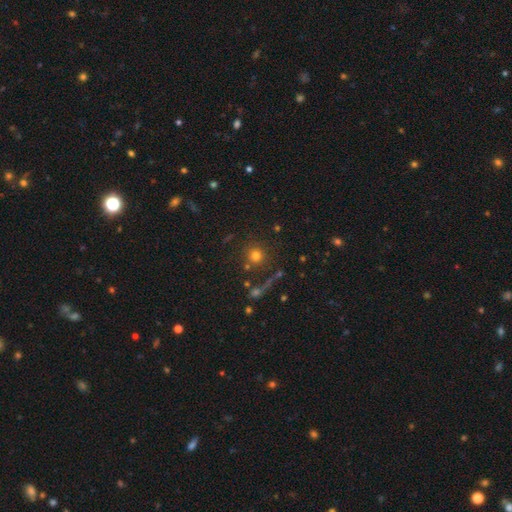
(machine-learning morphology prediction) Q: Smooth or featured?
A: smooth (74%); runner-up: star or artifact (17%)
Q: How rounded?
A: round (93%); runner-up: in between (6%)
Q: Merging?
A: none (76%); runner-up: merger (10%)